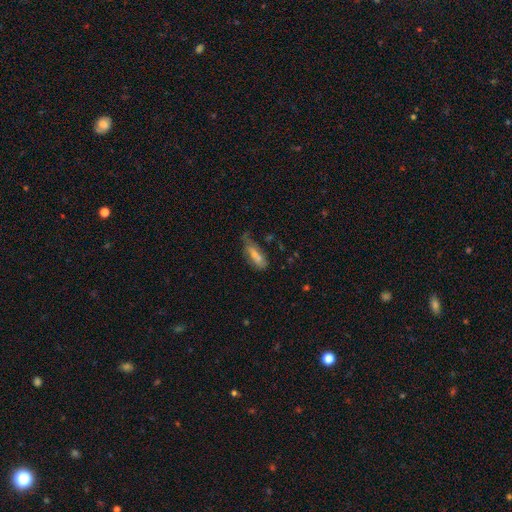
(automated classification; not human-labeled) A smooth galaxy with no disk features (63%) that is in between round and cigar-shaped (58%). Merging: none (42%).